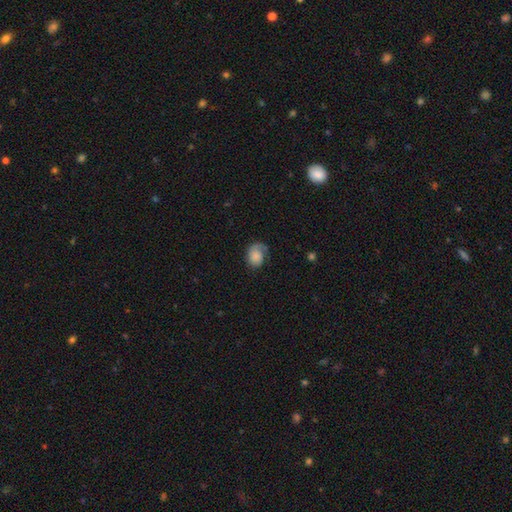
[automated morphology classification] Q: Smooth or featured?
A: smooth (57%); runner-up: featured or disk (36%)
Q: How rounded?
A: in between (51%); runner-up: round (48%)
Q: Merging?
A: none (49%); runner-up: minor disturbance (26%)